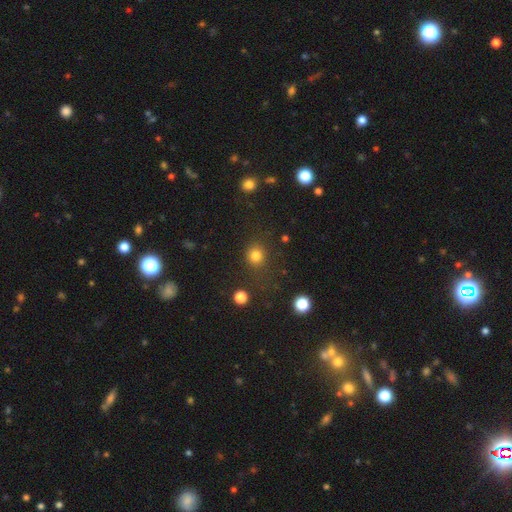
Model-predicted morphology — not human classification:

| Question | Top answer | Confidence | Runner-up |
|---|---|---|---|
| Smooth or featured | smooth | 81% | star or artifact (14%) |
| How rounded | round | 88% | in between (11%) |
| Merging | none | 80% | minor disturbance (11%) |